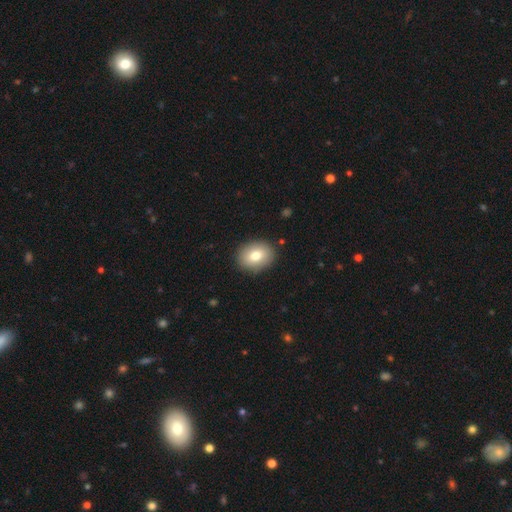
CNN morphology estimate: Smooth or featured? Predicted: smooth (p=0.79). How rounded? Predicted: in between (p=0.57). Merging? Predicted: none (p=0.88).